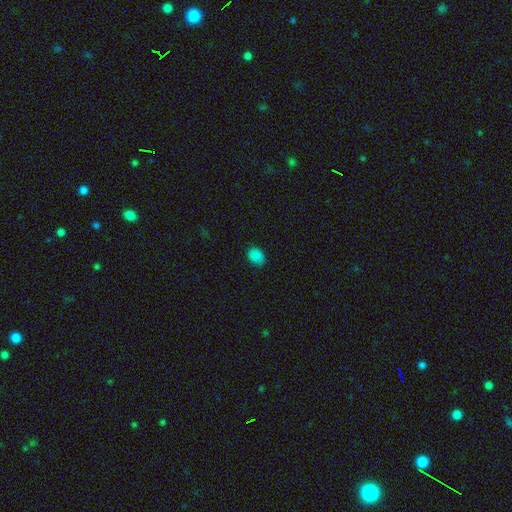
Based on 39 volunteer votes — Smooth or featured: smooth — 90% (star or artifact — 10%)
How rounded: in between — 89% (round — 11%)
Merging: none — 86% (minor disturbance — 11%)